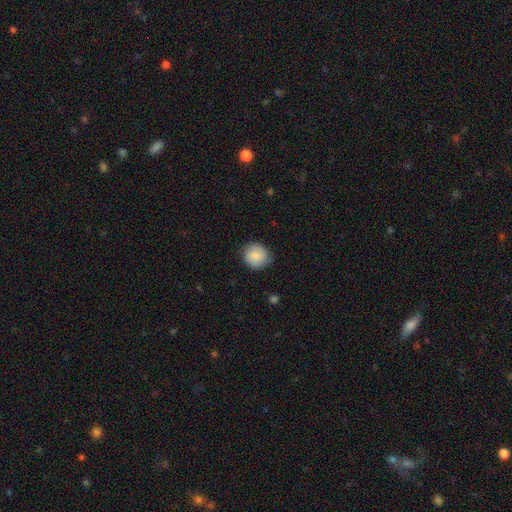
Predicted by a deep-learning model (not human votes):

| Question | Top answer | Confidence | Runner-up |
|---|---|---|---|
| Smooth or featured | smooth | 82% | featured or disk (11%) |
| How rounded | round | 84% | in between (15%) |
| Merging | none | 80% | minor disturbance (16%) |